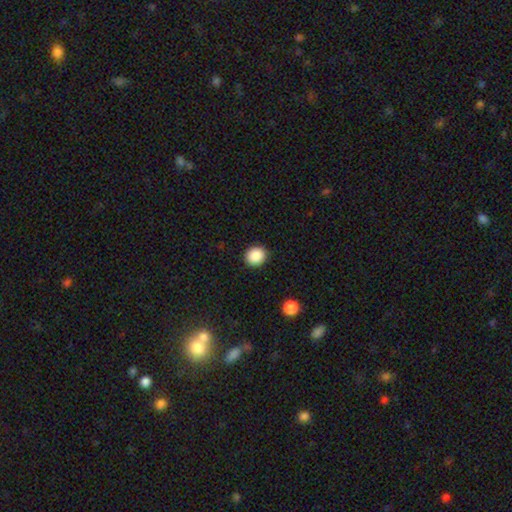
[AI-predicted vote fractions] This is clearly a smooth galaxy (88%). How rounded: clearly round (82%). Merging: clearly none (91%).